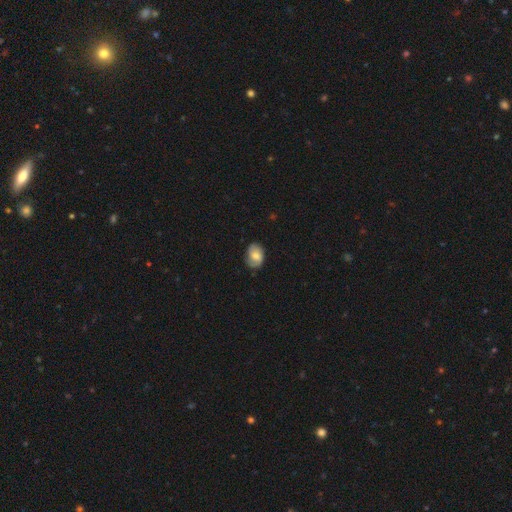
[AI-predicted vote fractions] Overall: smooth (59%; featured or disk 33%). How rounded: in between (71%). Merging: none (74%).